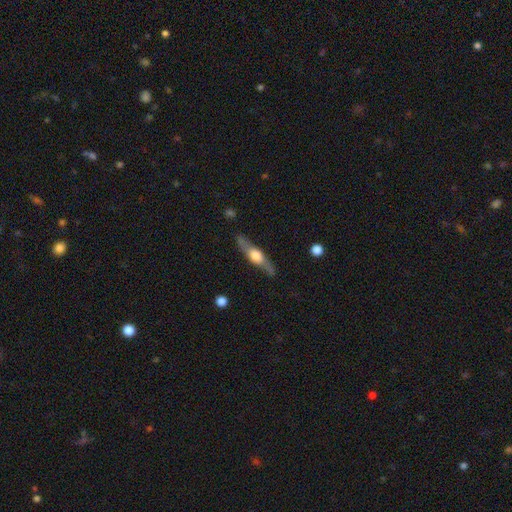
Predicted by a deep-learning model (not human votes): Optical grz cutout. It shows a featured or disk galaxy (69%) viewed edge-on (91%) with a rounded central bulge (91%). Merging: none (84%).